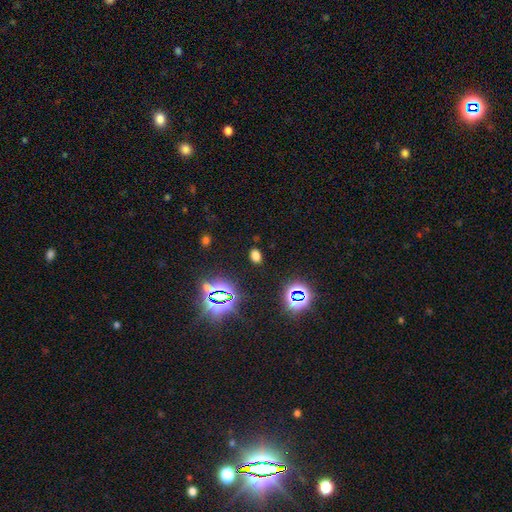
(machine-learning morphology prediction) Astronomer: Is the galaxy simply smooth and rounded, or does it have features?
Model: smooth — 63%.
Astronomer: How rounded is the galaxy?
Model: in between — 80%.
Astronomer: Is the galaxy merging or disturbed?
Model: none — 86%.